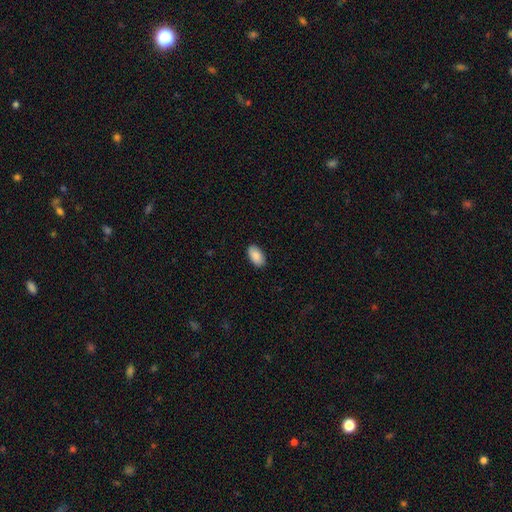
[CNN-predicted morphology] This appears to be a smooth galaxy with no disk features (90%) that is in between round and cigar-shaped (95%). Merging: none (89%).